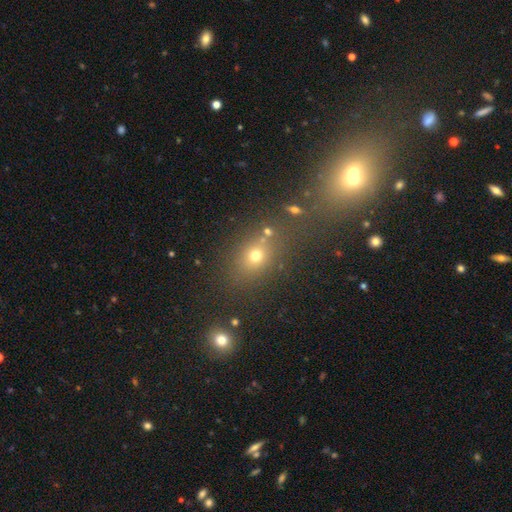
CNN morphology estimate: A smooth galaxy with no disk features (64%) that is round (55%). Merging: none (68%).